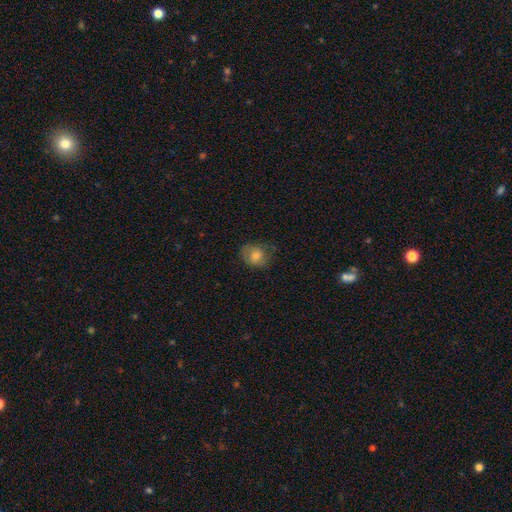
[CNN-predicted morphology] This appears to be a smooth galaxy with no disk features (76%) that is round (61%). Merging: none (61%).